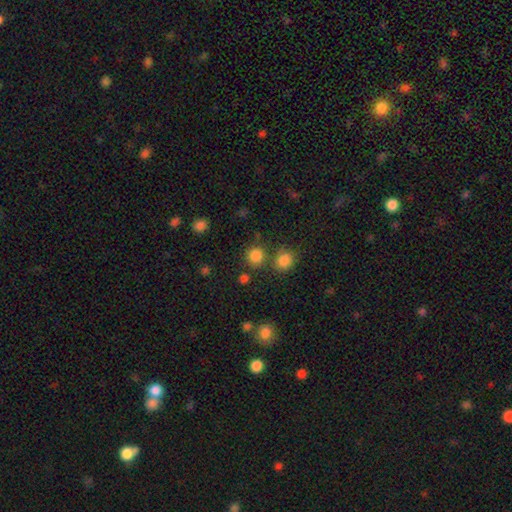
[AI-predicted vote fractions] Smooth or featured?
  - smooth: 82% *
  - star or artifact: 13%
  - featured or disk: 5%
How rounded?
  - round: 88% *
  - in between: 11%
  - cigar-shaped: 1%
Merging?
  - none: 74% *
  - merger: 14%
  - minor disturbance: 9%
  - major disturbance: 3%